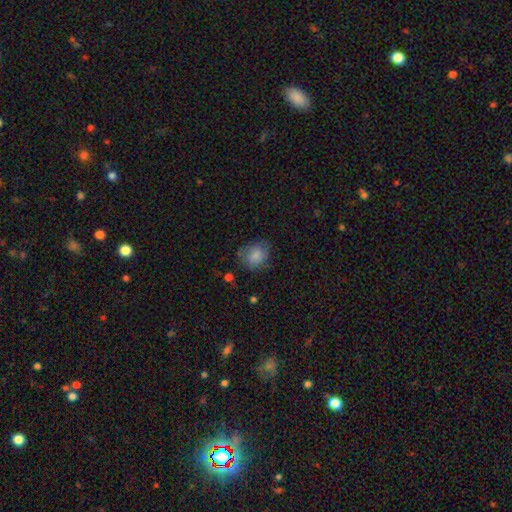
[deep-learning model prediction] Smooth or featured? Predicted: smooth (p=0.82). How rounded? Predicted: round (p=0.60). Merging? Predicted: none (p=0.67).